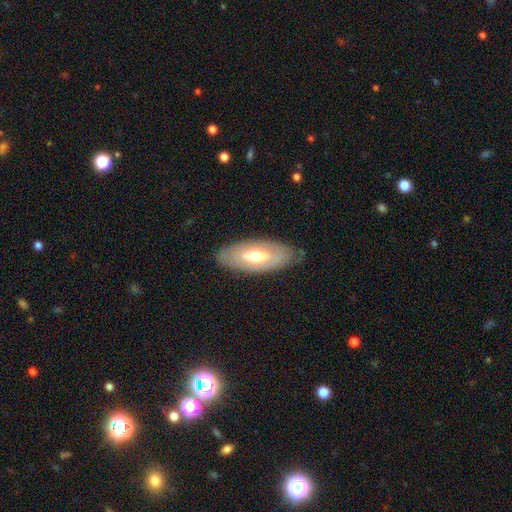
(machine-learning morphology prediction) Overall: featured or disk (51%; smooth 43%). Edge-on disk: no (78%). Merging: none (82%).